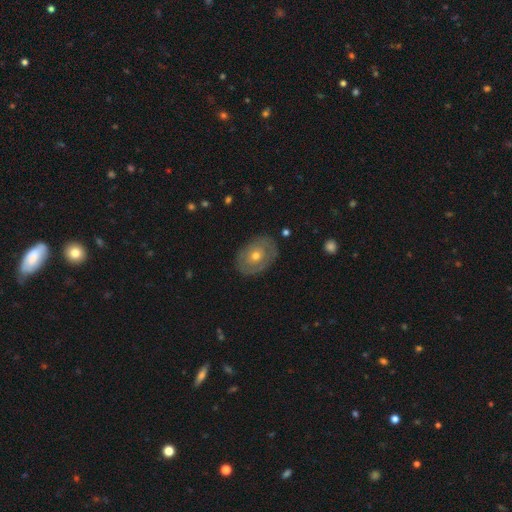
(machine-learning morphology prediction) The model was most divided on "smooth or featured": featured or disk: 52%, smooth: 42%, star or artifact: 7%. More confident: edge-on disk — no (93%); merging — none (82%).